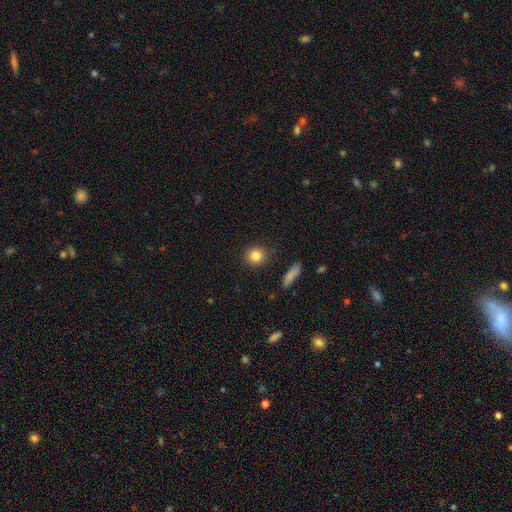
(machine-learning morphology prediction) Smooth or featured? Predicted: smooth (p=0.83). How rounded? Predicted: round (p=0.85). Merging? Predicted: none (p=0.88).